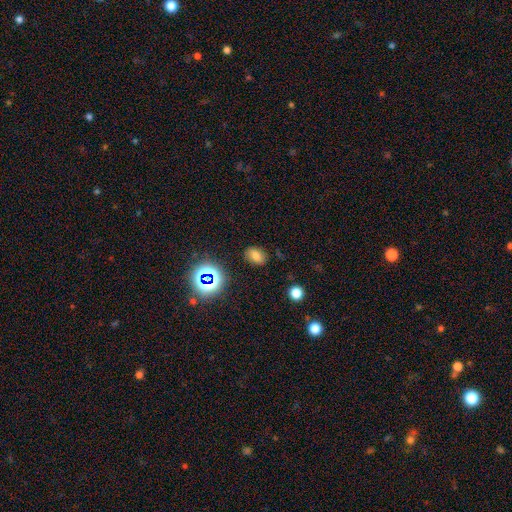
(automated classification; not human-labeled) Smooth or featured: smooth — 68% (star or artifact — 21%)
How rounded: in between — 79% (round — 20%)
Merging: none — 83% (minor disturbance — 11%)